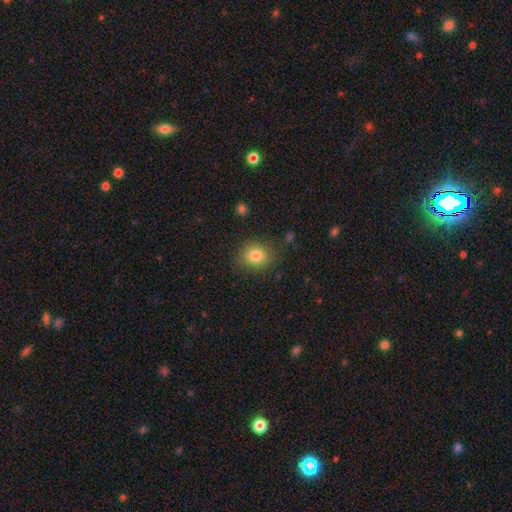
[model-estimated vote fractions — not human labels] This is clearly a smooth galaxy (82%). How rounded: likely round (79%). Merging: clearly none (84%).